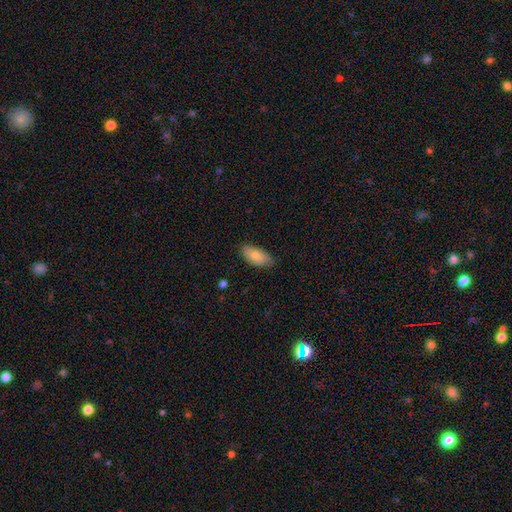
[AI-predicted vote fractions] smooth-or-featured: smooth: 83% | featured or disk: 11% | star or artifact: 6%
  how-rounded: in between: 92% | cigar-shaped: 5% | round: 2%
  merging: none: 75% | minor disturbance: 21% | major disturbance: 3% | merger: 1%